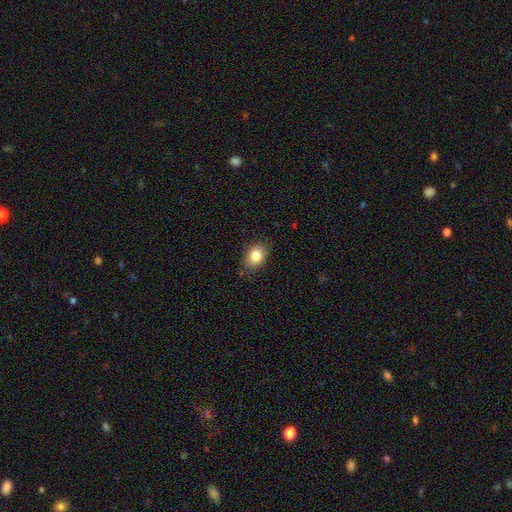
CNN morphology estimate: A smooth galaxy with no disk features (83%) that is in between round and cigar-shaped (71%).

Vote fractions:
- Smooth or featured? smooth: 83% / star or artifact: 9% / featured or disk: 7%
- How rounded? in between: 71% / round: 28% / cigar-shaped: 1%
- Merging? none: 83% / minor disturbance: 13% / major disturbance: 3% / merger: 1%